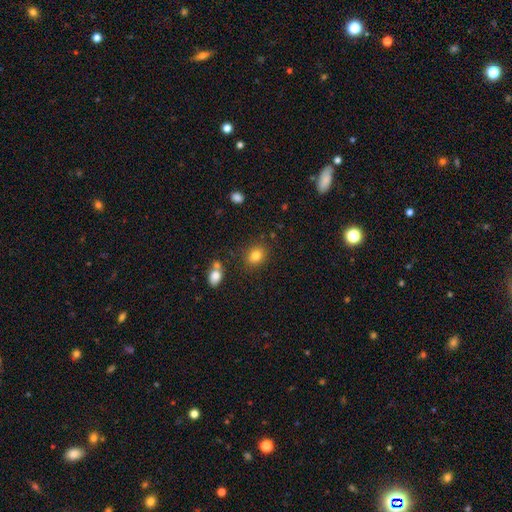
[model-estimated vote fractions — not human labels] Smooth or featured?
  - smooth: 81% *
  - star or artifact: 12%
  - featured or disk: 7%
How rounded?
  - round: 51% *
  - in between: 48%
  - cigar-shaped: 1%
Merging?
  - none: 80% *
  - minor disturbance: 11%
  - merger: 5%
  - major disturbance: 4%